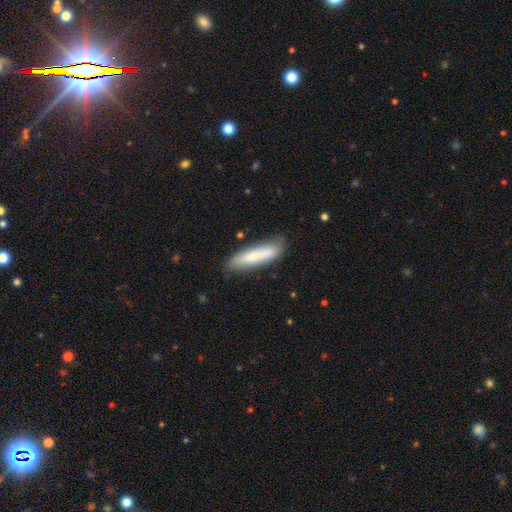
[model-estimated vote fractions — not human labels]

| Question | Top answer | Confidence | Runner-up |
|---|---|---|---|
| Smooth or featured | smooth | 74% | featured or disk (20%) |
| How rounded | cigar-shaped | 79% | in between (20%) |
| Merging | none | 77% | minor disturbance (17%) |